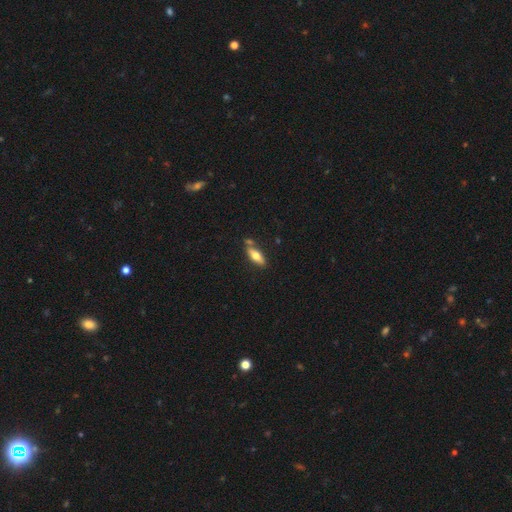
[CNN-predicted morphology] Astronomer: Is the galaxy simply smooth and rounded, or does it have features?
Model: smooth — 60%.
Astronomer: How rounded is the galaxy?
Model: in between — 61% (runner-up: cigar-shaped, 37%).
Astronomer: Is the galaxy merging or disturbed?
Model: none — 70%.